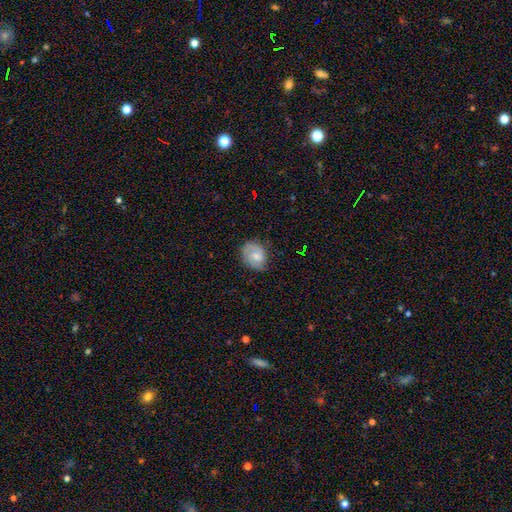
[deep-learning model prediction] Smooth or featured: smooth — 57% (featured or disk — 35%)
How rounded: in between — 51% (round — 48%)
Merging: none — 69% (minor disturbance — 24%)